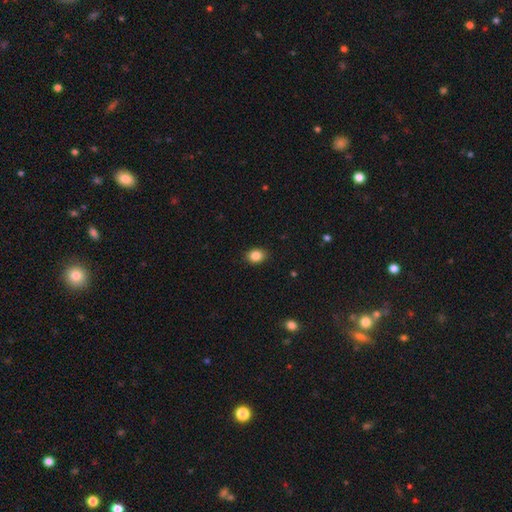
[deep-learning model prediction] The model was most divided on "how rounded": in between: 56%, round: 43%, cigar-shaped: 1%. More confident: merging — none (89%); smooth or featured — smooth (85%).